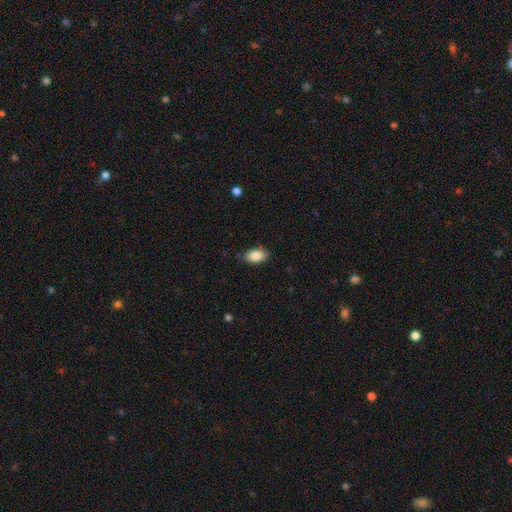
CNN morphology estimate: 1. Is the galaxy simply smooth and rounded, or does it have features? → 87% smooth, 7% star or artifact, 6% featured or disk.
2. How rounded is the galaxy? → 93% in between, 5% round, 2% cigar-shaped.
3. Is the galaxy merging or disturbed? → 83% none, 13% minor disturbance, 3% major disturbance, 1% merger.